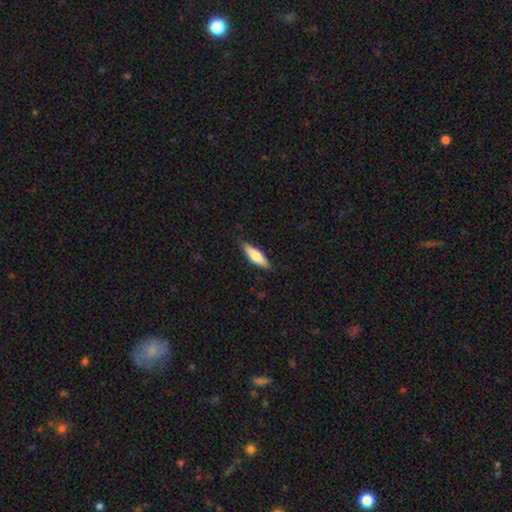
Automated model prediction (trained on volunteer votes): This appears to be a smooth galaxy with no disk features (63%) that is cigar-shaped (59%). Merging: none (85%).